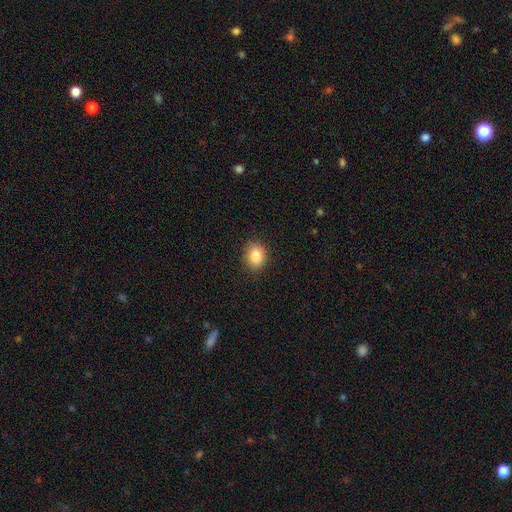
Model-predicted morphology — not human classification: A smooth galaxy with no disk features (85%) that is round (52%). Merging: none (89%).